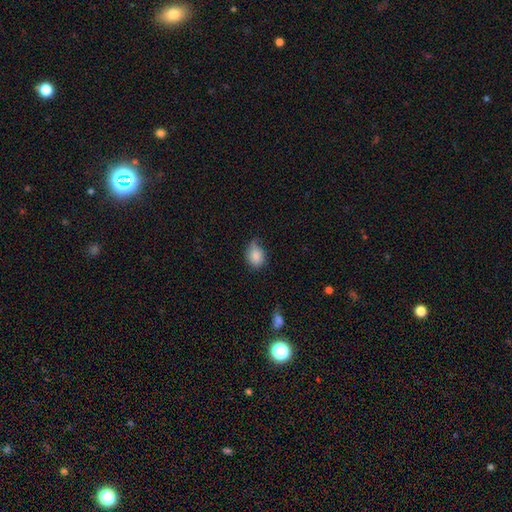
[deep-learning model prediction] Morphology: type=smooth (84%); roundness=in between (60%); merging=none (49%).